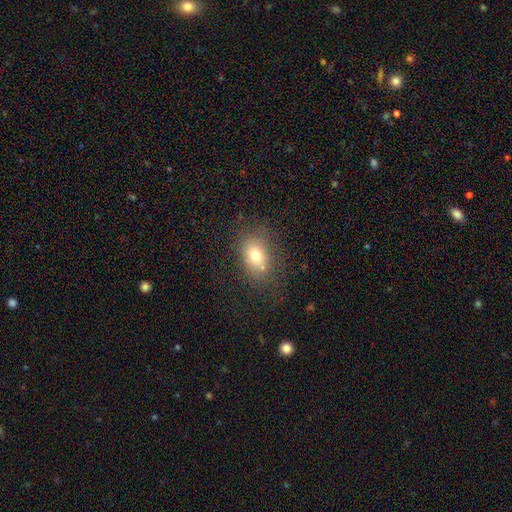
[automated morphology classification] Smooth or featured? smooth (73%)
How rounded? in between (71%)
Merging? none (70%)